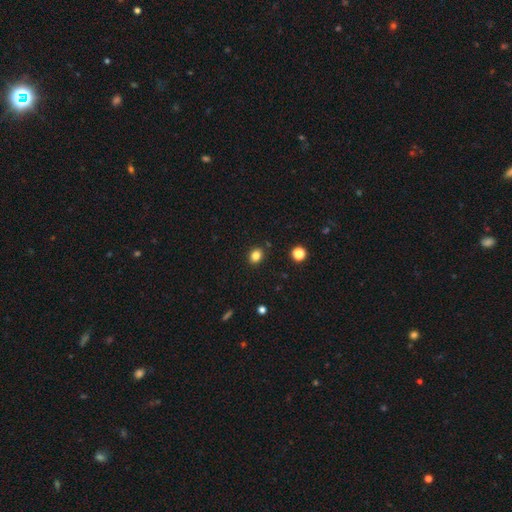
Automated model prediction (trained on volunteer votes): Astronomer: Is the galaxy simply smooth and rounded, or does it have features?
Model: smooth — 83%.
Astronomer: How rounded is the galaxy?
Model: round — 59% (runner-up: in between, 40%).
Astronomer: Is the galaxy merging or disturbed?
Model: none — 89%.